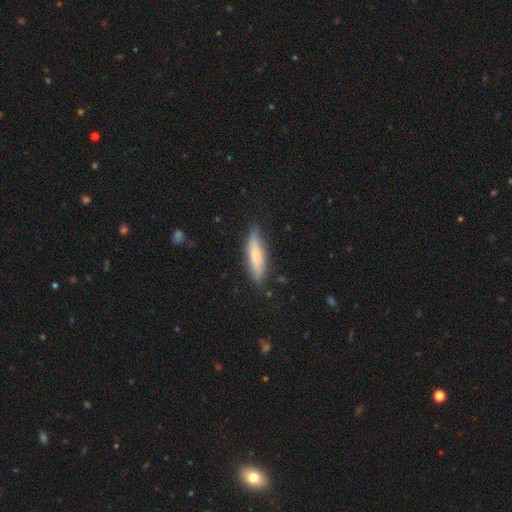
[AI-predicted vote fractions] This appears to be a smooth galaxy with no disk features (66%) that is cigar-shaped (78%). Merging: none (80%).